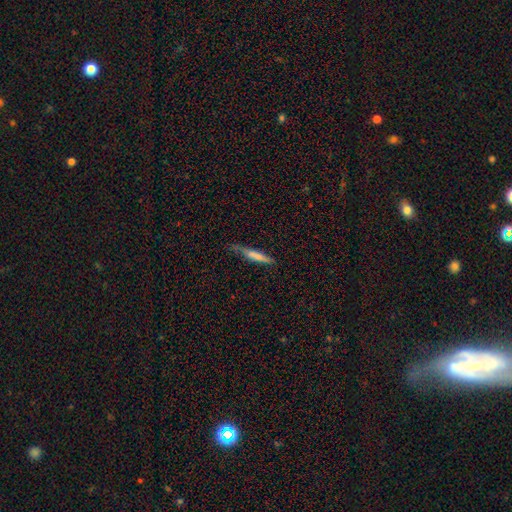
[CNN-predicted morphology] This appears to be a smooth galaxy with no disk features (66%) that is cigar-shaped (91%). Merging: none (62%).